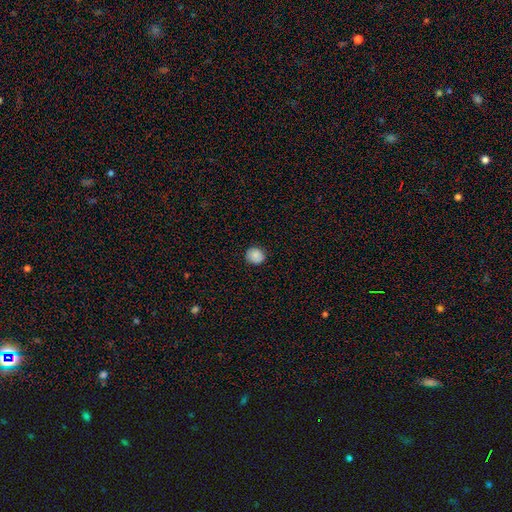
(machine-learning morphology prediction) Smooth or featured: smooth — 87% (star or artifact — 9%)
How rounded: round — 86% (in between — 13%)
Merging: none — 87% (minor disturbance — 10%)